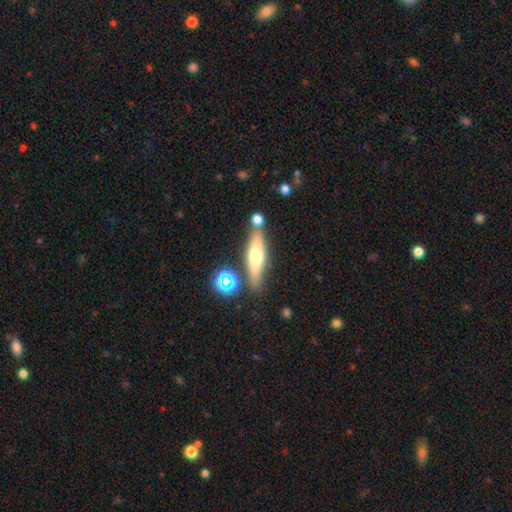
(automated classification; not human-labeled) A featured or disk galaxy (48%). Merging: none (75%).